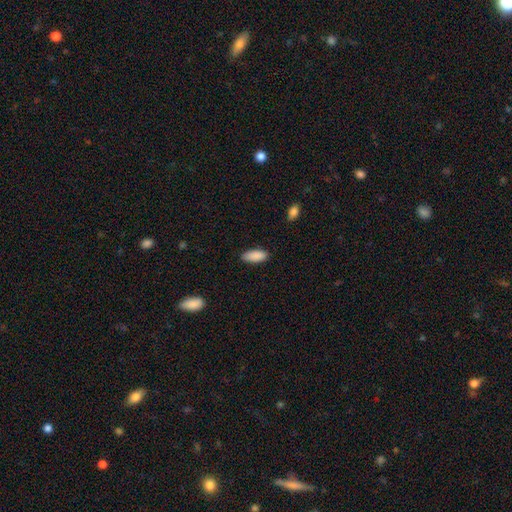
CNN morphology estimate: Smooth or featured? smooth (90%)
How rounded? in between (85%)
Merging? none (83%)